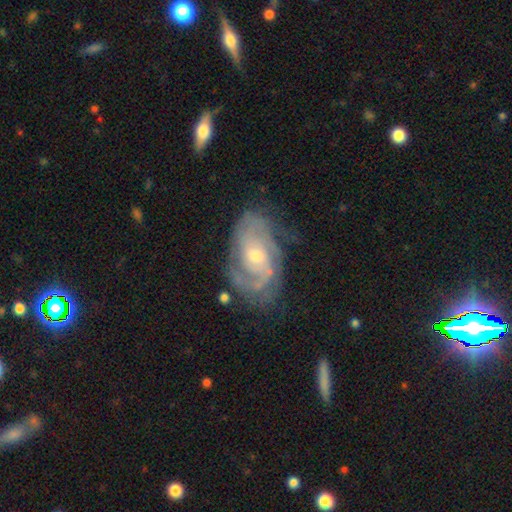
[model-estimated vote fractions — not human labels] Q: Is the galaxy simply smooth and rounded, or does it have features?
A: featured or disk — 86%.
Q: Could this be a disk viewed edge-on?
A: no — 96%.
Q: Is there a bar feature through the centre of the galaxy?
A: no — 56%.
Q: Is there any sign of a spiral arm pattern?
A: yes — 95%.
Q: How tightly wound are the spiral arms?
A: tight — 56%.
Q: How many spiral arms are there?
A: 2 — 46%.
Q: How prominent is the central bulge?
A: small — 49%.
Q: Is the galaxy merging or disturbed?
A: none — 67%.